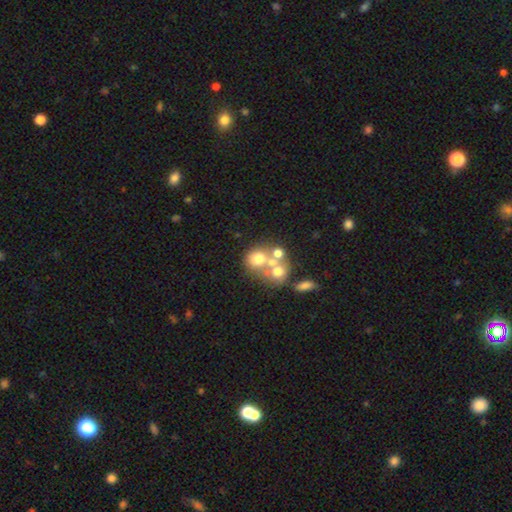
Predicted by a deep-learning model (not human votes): The model was most divided on "merging": merger: 48%, none: 39%, minor disturbance: 7%, major disturbance: 6%. Remaining: smooth or featured — smooth (44%).